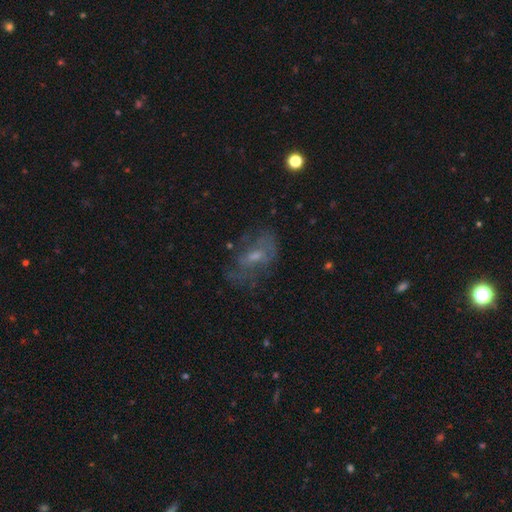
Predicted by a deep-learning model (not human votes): A featured or disk galaxy (56%) with no bar (55%), no spiral arms (54%) and a small central bulge (46%). Merging: none (51%).